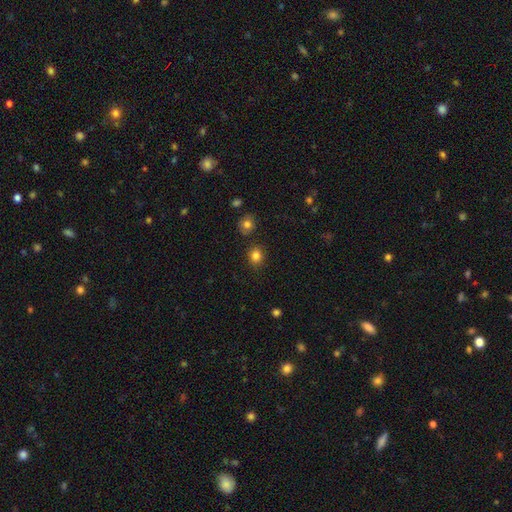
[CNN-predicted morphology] Q: Smooth or featured?
A: smooth (83%); runner-up: star or artifact (12%)
Q: How rounded?
A: round (76%); runner-up: in between (23%)
Q: Merging?
A: none (86%); runner-up: minor disturbance (8%)